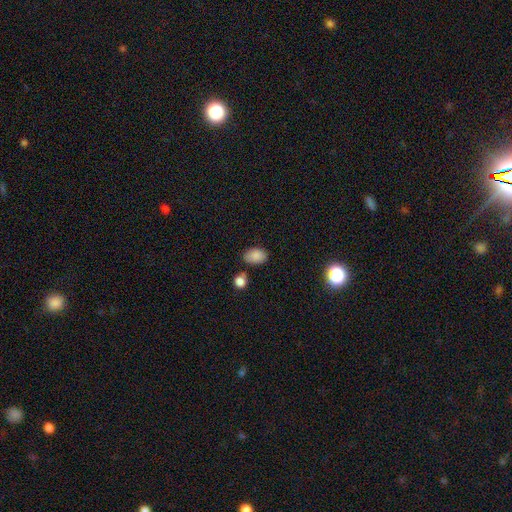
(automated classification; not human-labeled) A smooth galaxy with no disk features (85%) that is in between round and cigar-shaped (85%). Merging: none (69%).